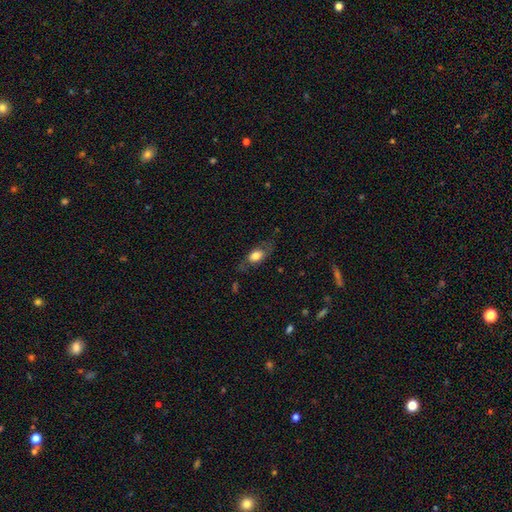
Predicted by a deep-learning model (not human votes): A smooth galaxy with no disk features (61%) that is in between round and cigar-shaped (79%).

Vote fractions:
- Smooth or featured? smooth: 61% / featured or disk: 31% / star or artifact: 8%
- How rounded? in between: 79% / round: 13% / cigar-shaped: 8%
- Merging? none: 62% / minor disturbance: 22% / major disturbance: 14% / merger: 2%